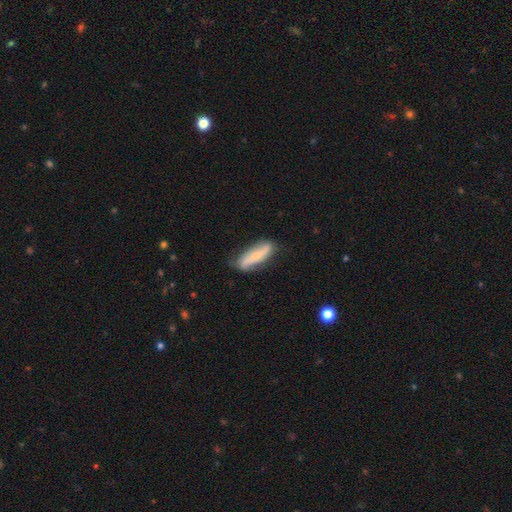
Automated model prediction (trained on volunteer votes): Morphology: type=smooth (52%); roundness=cigar-shaped (60%); merging=none (70%).